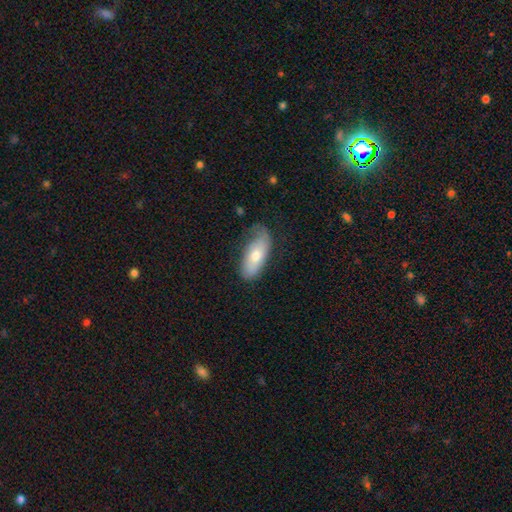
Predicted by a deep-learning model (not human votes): Smooth or featured: smooth — 64% (featured or disk — 30%)
How rounded: in between — 81% (cigar-shaped — 16%)
Merging: none — 56% (minor disturbance — 32%)